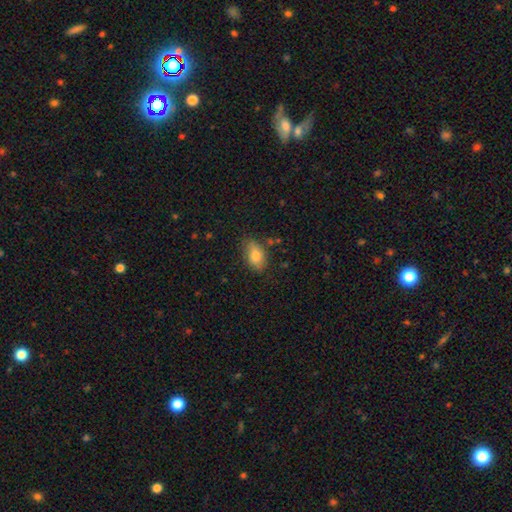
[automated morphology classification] Overall: smooth (80%). How rounded: in between (87%). Merging: none (72%).